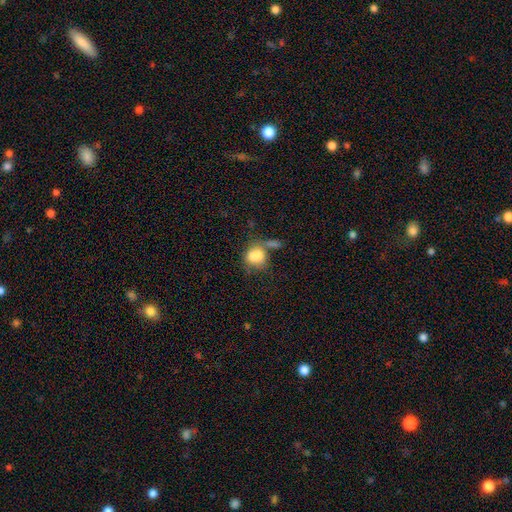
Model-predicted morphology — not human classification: Smooth or featured: smooth — 75% (featured or disk — 16%)
How rounded: round — 55% (in between — 44%)
Merging: merger — 47% (none — 26%)